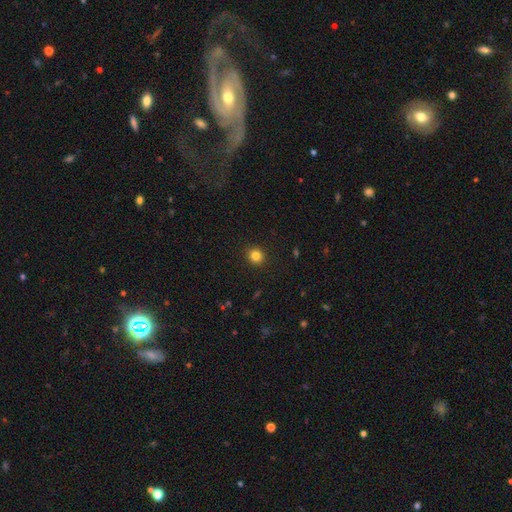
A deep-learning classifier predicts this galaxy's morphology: This appears to be a smooth galaxy with no disk features (83%) that is round (89%). Merging: none (92%).